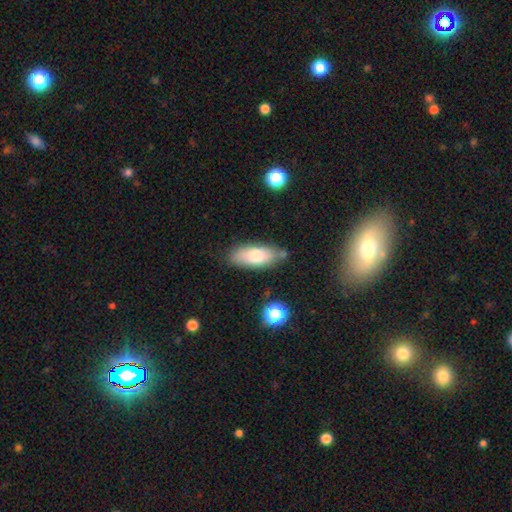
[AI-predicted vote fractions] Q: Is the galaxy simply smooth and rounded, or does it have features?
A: smooth — 76%.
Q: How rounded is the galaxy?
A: in between — 79%.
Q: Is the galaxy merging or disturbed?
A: none — 74%.